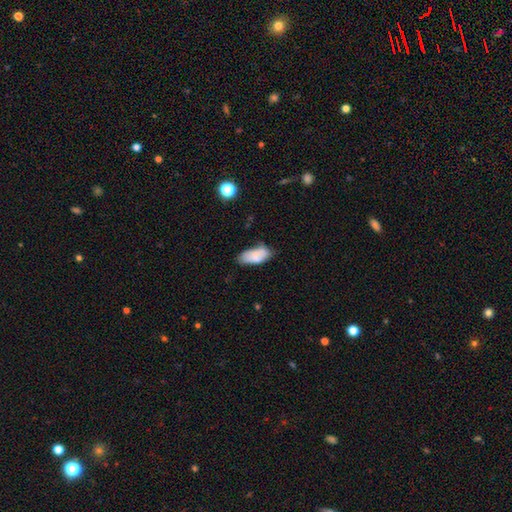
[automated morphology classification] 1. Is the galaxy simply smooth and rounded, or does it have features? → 75% smooth, 17% featured or disk, 8% star or artifact.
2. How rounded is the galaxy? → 90% in between, 8% cigar-shaped, 2% round.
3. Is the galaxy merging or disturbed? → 59% none, 29% minor disturbance, 7% major disturbance, 5% merger.